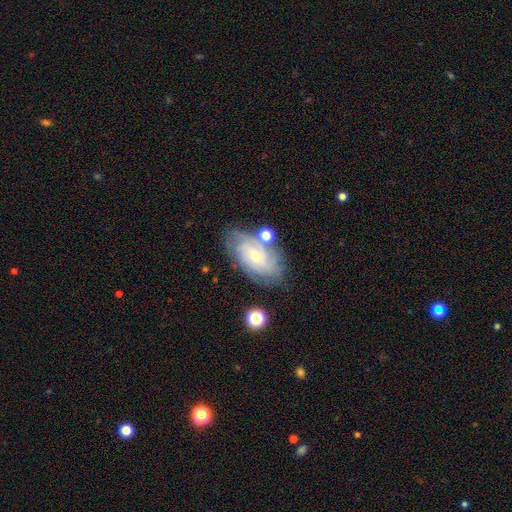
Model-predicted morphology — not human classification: Smooth or featured? Predicted: featured or disk (p=0.70). Edge-on disk? Predicted: no (p=0.95). Bar? Predicted: no (p=0.74). Spiral arms? Predicted: yes (p=0.89). Spiral winding? Predicted: tight (p=0.66). Spiral arm count? Predicted: can't tell (p=0.46). Bulge size? Predicted: small (p=0.73). Merging? Predicted: none (p=0.70).